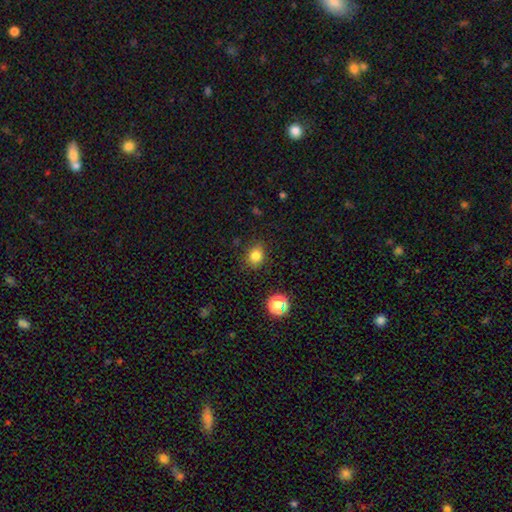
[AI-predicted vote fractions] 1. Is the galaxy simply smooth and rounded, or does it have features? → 82% smooth, 13% star or artifact, 5% featured or disk.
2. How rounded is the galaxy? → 68% round, 31% in between, 1% cigar-shaped.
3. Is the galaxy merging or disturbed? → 84% none, 11% minor disturbance, 3% major disturbance, 2% merger.